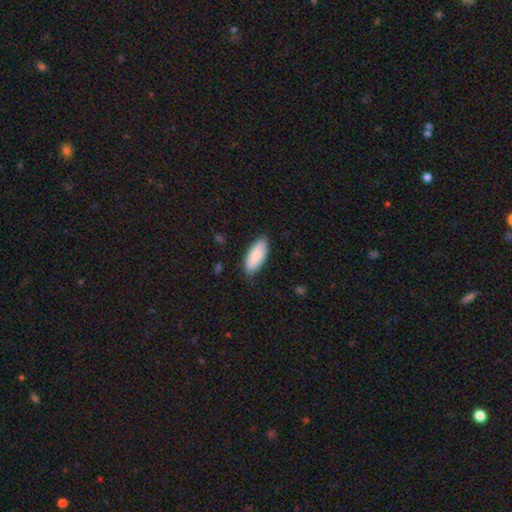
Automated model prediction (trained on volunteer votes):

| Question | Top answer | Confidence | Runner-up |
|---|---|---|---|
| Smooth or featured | smooth | 87% | featured or disk (7%) |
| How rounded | in between | 82% | cigar-shaped (16%) |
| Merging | none | 81% | minor disturbance (16%) |